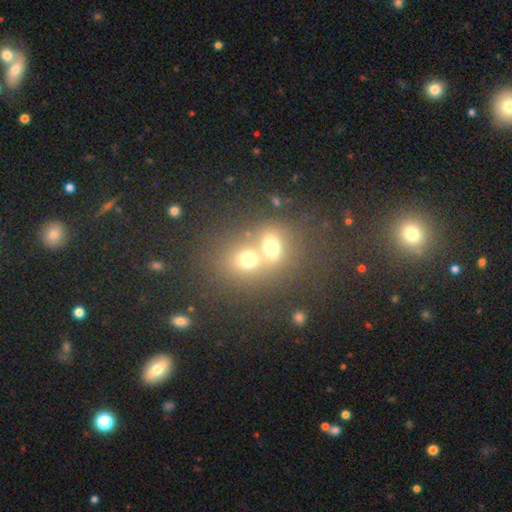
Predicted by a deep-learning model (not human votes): A smooth galaxy with no disk features (60%) that is round (60%).

Vote fractions:
- Smooth or featured? smooth: 60% / featured or disk: 20% / star or artifact: 20%
- How rounded? round: 60% / in between: 38% / cigar-shaped: 1%
- Merging? merger: 67% / none: 25% / minor disturbance: 5% / major disturbance: 3%